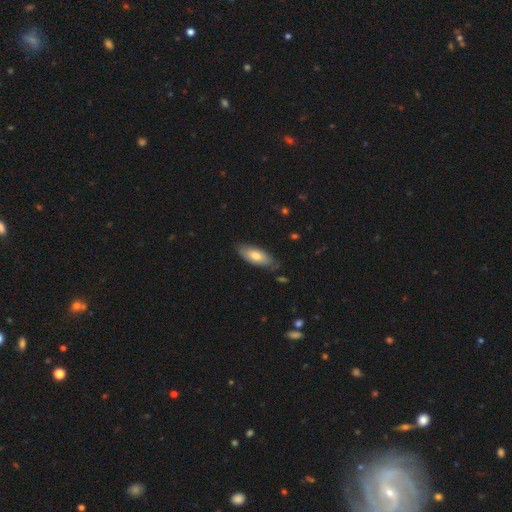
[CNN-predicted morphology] smooth 74%, featured or disk 20%, star or artifact 6%. Down the decision tree: how rounded — in between (79%); merging — none (77%).